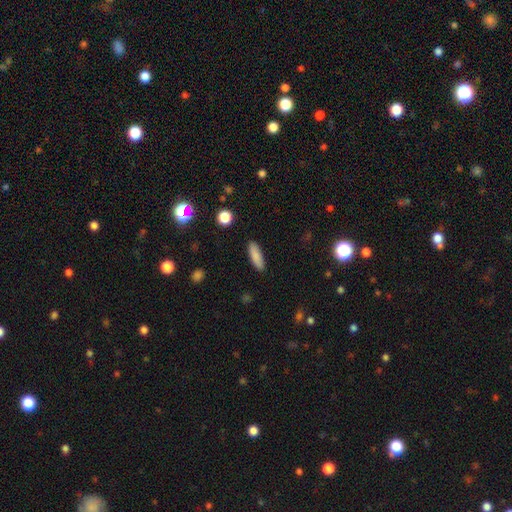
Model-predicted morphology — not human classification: type=smooth (86%); roundness=cigar-shaped (55%); merging=none (90%).